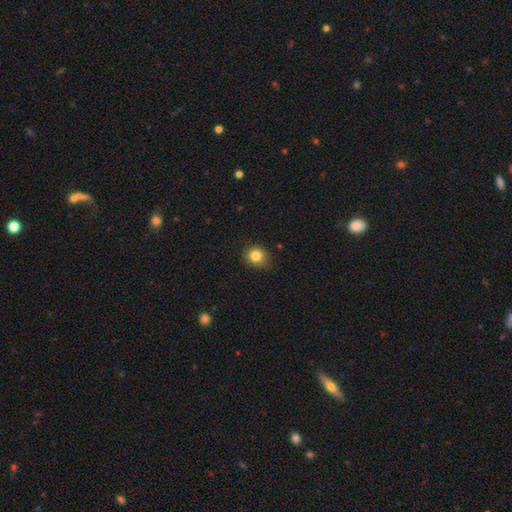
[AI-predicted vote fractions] smooth-or-featured: smooth: 83% | star or artifact: 11% | featured or disk: 6%
  how-rounded: round: 78% | in between: 21% | cigar-shaped: 1%
  merging: none: 84% | minor disturbance: 13% | major disturbance: 2% | merger: 1%